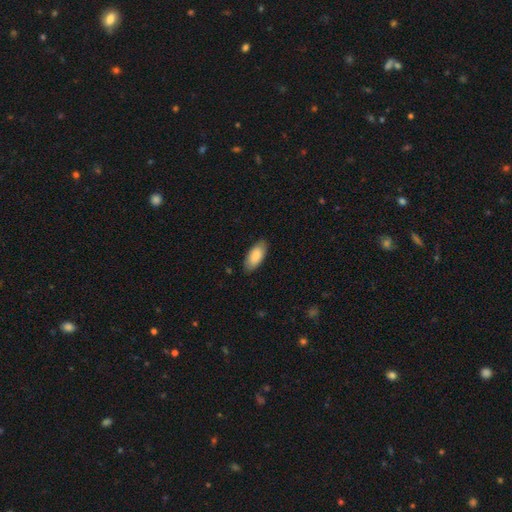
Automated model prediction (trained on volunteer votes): Smooth or featured? smooth (87%)
How rounded? in between (91%)
Merging? none (84%)